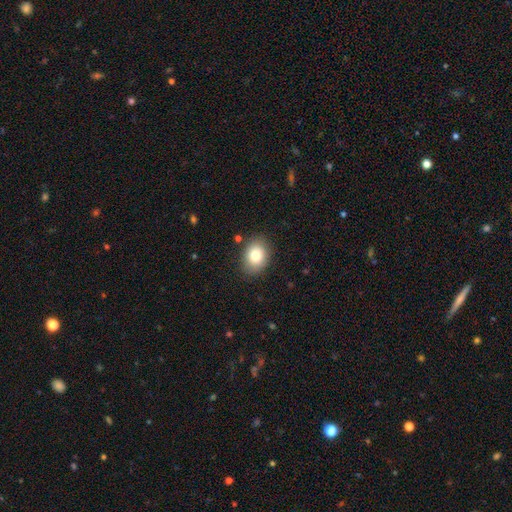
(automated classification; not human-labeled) Smooth or featured: smooth — 81% (featured or disk — 10%)
How rounded: in between — 60% (round — 39%)
Merging: none — 85% (minor disturbance — 11%)